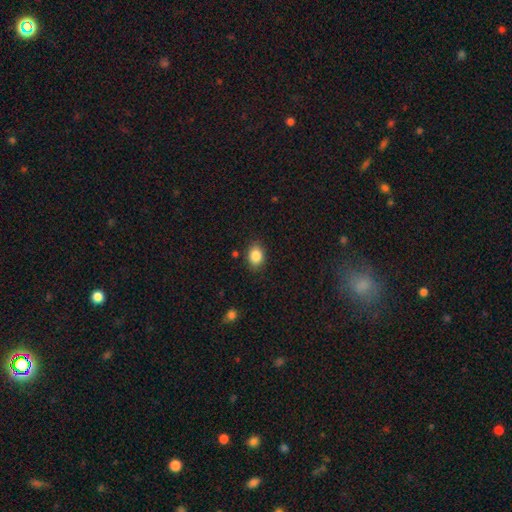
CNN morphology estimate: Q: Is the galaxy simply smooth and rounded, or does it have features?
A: smooth — 85%.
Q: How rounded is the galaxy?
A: in between — 60%.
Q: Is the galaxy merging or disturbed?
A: none — 84%.